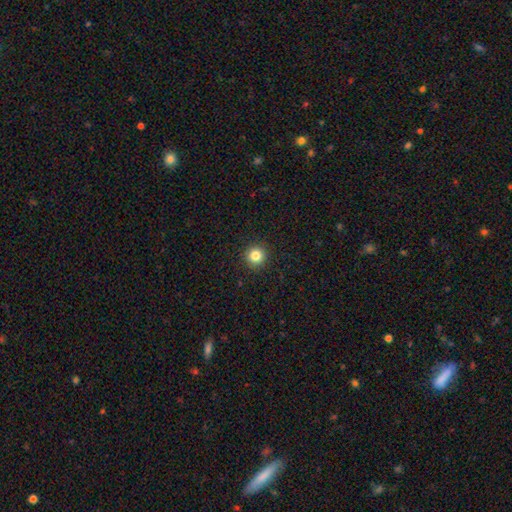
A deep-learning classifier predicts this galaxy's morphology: Smooth or featured: smooth — 83% (star or artifact — 12%)
How rounded: round — 95% (in between — 4%)
Merging: none — 93% (minor disturbance — 4%)